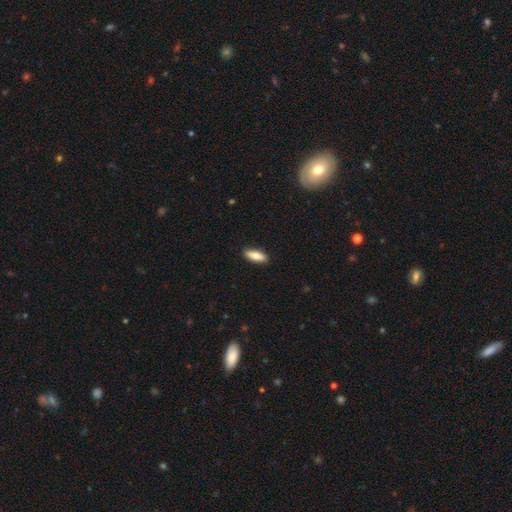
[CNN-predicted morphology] The model was most divided on "how rounded": in between: 63%, cigar-shaped: 35%, round: 2%. More confident: merging — none (90%); smooth or featured — smooth (82%).